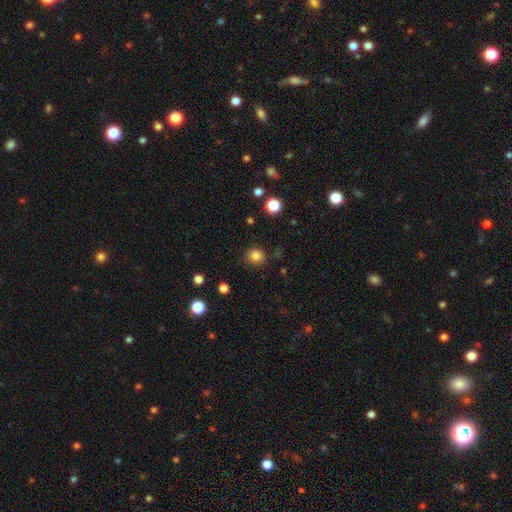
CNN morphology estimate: This is clearly a smooth galaxy (83%). How rounded: clearly round (88%). Merging: clearly none (87%).